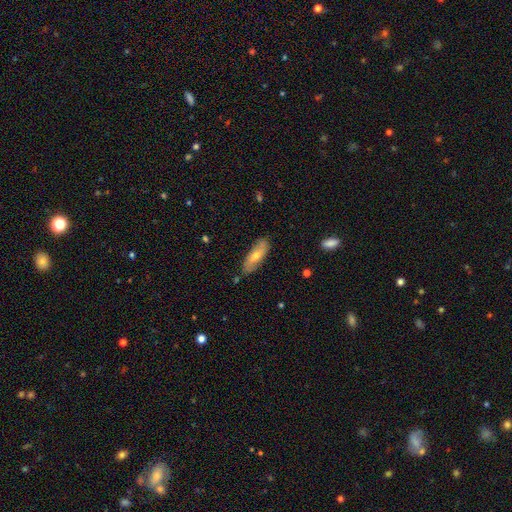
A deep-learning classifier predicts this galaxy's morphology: A smooth galaxy with no disk features (53%) that is in between round and cigar-shaped (57%).

Vote fractions:
- Smooth or featured? smooth: 53% / featured or disk: 40% / star or artifact: 7%
- How rounded? in between: 57% / cigar-shaped: 40% / round: 3%
- Merging? none: 82% / minor disturbance: 14% / major disturbance: 2% / merger: 2%